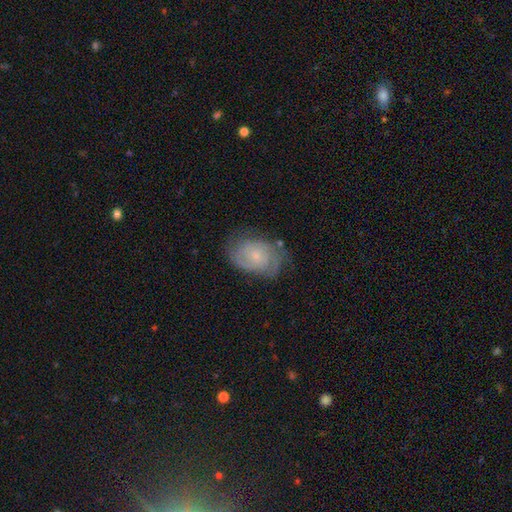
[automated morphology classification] Overall: featured or disk (71%). Edge-on disk: no (97%). Bar: no (71%). Spiral arms: yes (90%). Spiral arm count: 2 (51%; can't tell 28%). Spiral winding: tight (56%; medium 34%). Bulge size: small (73%). Merging: none (65%).